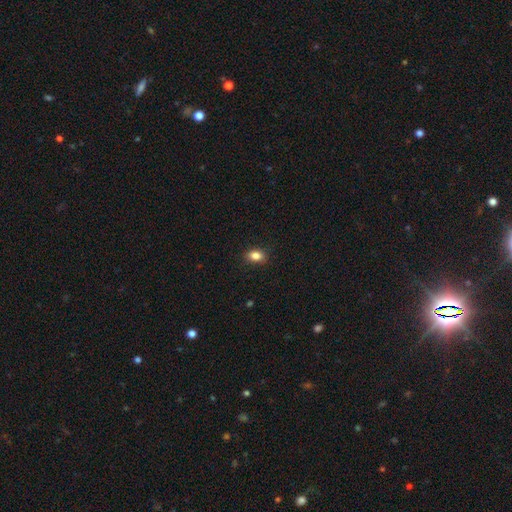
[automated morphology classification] Smooth or featured: smooth — 85% (star or artifact — 9%)
How rounded: in between — 79% (round — 19%)
Merging: none — 88% (minor disturbance — 9%)